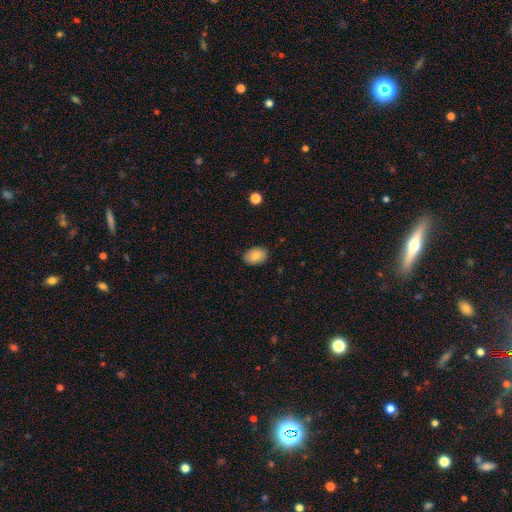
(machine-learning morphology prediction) Smooth or featured: smooth — 84% (featured or disk — 9%)
How rounded: in between — 77% (round — 22%)
Merging: none — 86% (minor disturbance — 11%)